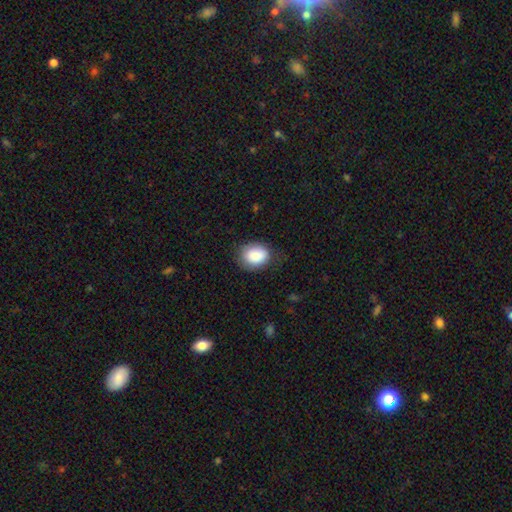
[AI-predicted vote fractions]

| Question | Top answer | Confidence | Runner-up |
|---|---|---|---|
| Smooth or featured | smooth | 87% | star or artifact (7%) |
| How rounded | in between | 60% | round (39%) |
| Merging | none | 74% | minor disturbance (19%) |